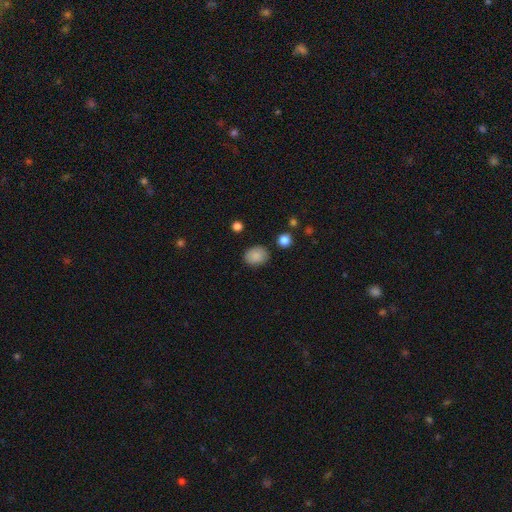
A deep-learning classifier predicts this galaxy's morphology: Q: Smooth or featured?
A: smooth (87%); runner-up: star or artifact (9%)
Q: How rounded?
A: in between (53%); runner-up: round (46%)
Q: Merging?
A: none (84%); runner-up: minor disturbance (11%)